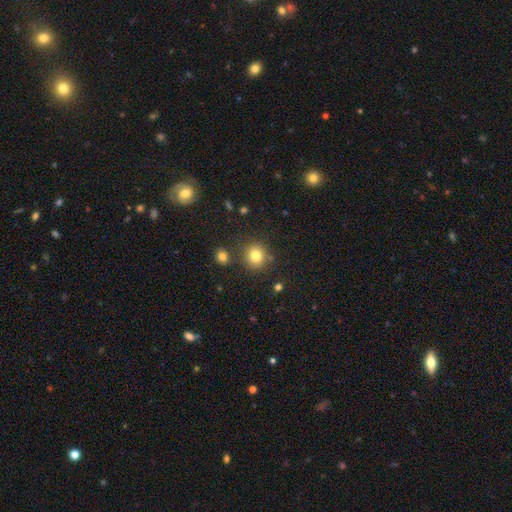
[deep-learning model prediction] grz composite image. It shows a smooth galaxy with no disk features (80%) that is round (87%). Merging: none (82%).